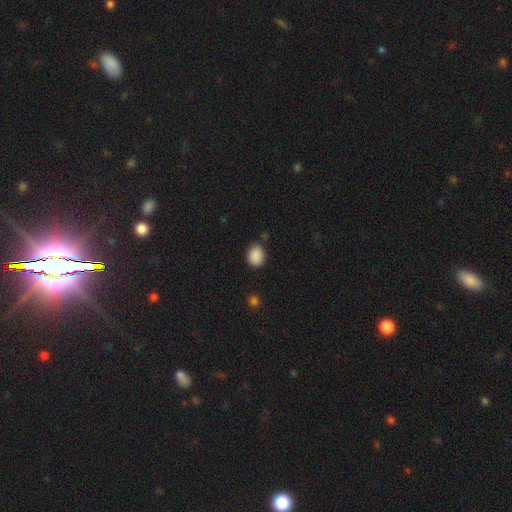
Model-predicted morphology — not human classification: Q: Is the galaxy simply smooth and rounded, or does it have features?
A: smooth — 89%.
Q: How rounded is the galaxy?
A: round — 57%.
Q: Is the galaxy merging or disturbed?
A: none — 82%.